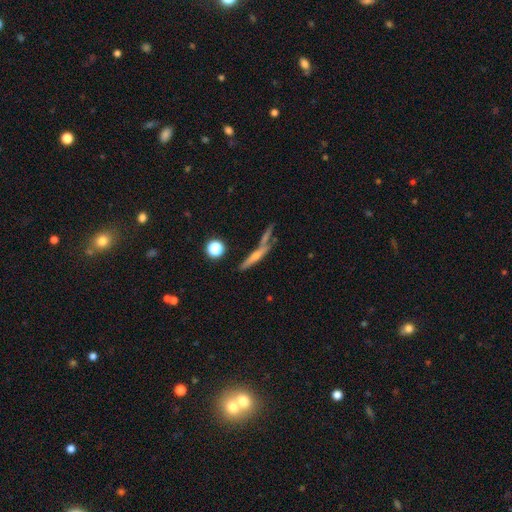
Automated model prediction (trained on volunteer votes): featured or disk 52%, smooth 37%, star or artifact 11%. Down the decision tree: edge-on disk — yes (92%); merging — none (64%).